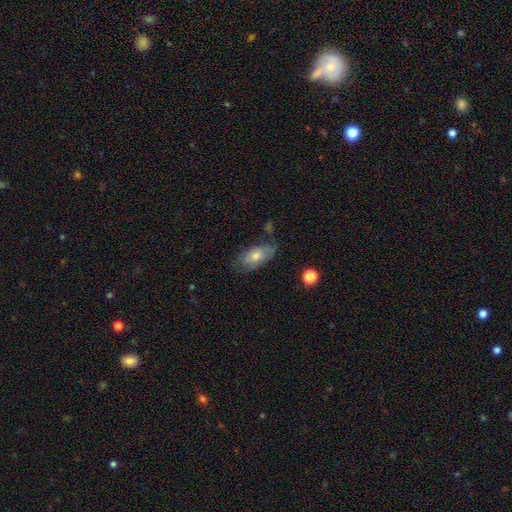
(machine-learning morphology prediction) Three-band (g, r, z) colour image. It shows a smooth galaxy with no disk features (60%) that is in between round and cigar-shaped (88%). Merging: none (66%).